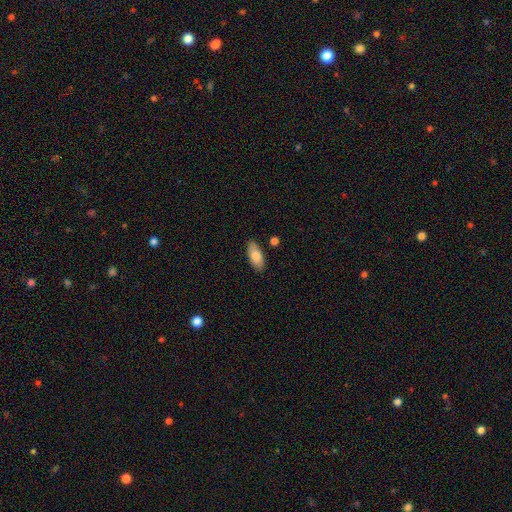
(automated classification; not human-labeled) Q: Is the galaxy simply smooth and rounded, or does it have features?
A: smooth — 81%.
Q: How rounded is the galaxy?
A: in between — 88%.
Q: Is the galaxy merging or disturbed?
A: none — 86%.